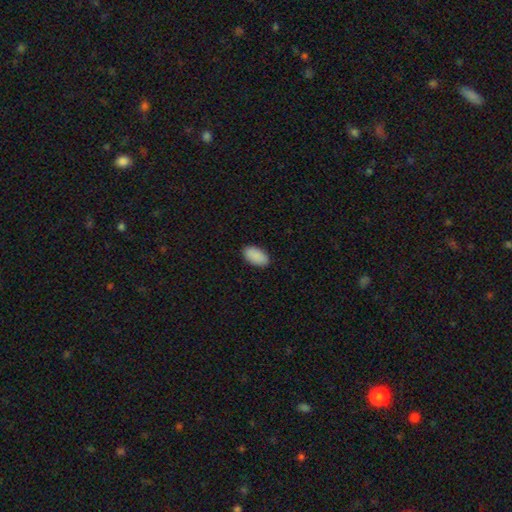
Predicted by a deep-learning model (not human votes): smooth_or_featured: smooth (p=0.91) [alt: star or artifact p=0.06]
how_rounded: in between (p=0.95) [alt: round p=0.04]
merging: none (p=0.89) [alt: minor disturbance p=0.08]